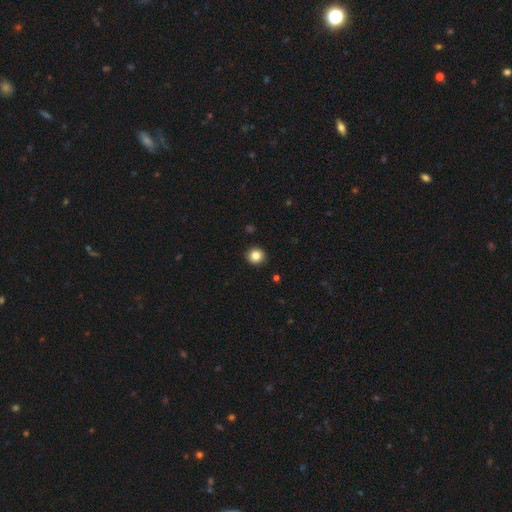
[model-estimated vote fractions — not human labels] This appears to be a smooth galaxy with no disk features (85%) that is round (92%). Merging: none (93%).